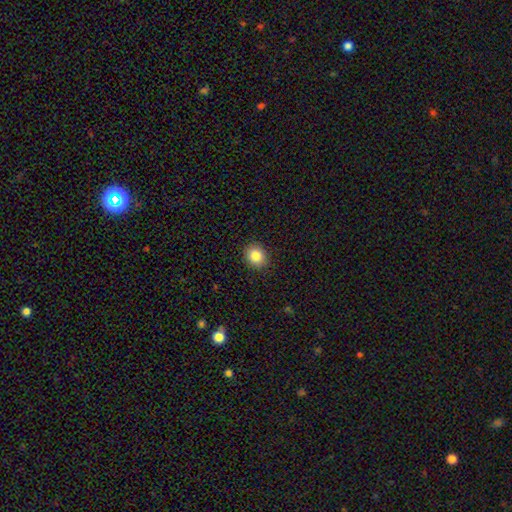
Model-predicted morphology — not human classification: Smooth or featured?
  - smooth: 85% *
  - star or artifact: 9%
  - featured or disk: 6%
How rounded?
  - round: 68% *
  - in between: 31%
  - cigar-shaped: 1%
Merging?
  - none: 90% *
  - minor disturbance: 7%
  - major disturbance: 2%
  - merger: 1%